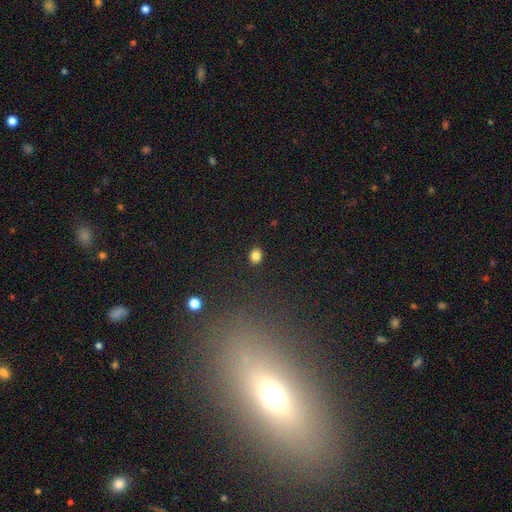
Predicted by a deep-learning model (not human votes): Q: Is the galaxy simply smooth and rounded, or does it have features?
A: smooth — 84%.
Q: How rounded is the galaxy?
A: round — 60%.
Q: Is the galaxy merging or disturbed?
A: none — 89%.